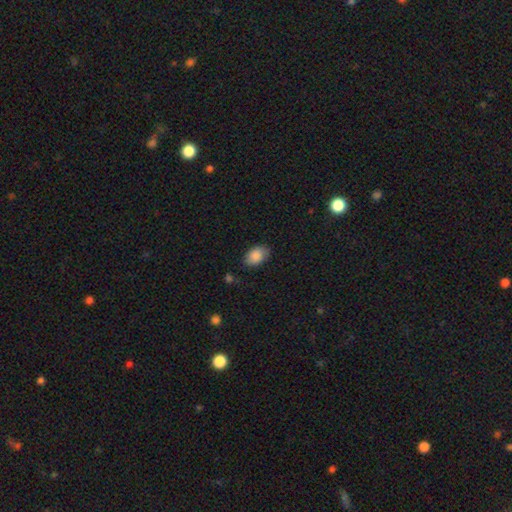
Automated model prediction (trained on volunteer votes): Q: Smooth or featured?
A: smooth (86%); runner-up: star or artifact (7%)
Q: How rounded?
A: in between (89%); runner-up: round (10%)
Q: Merging?
A: none (83%); runner-up: minor disturbance (13%)